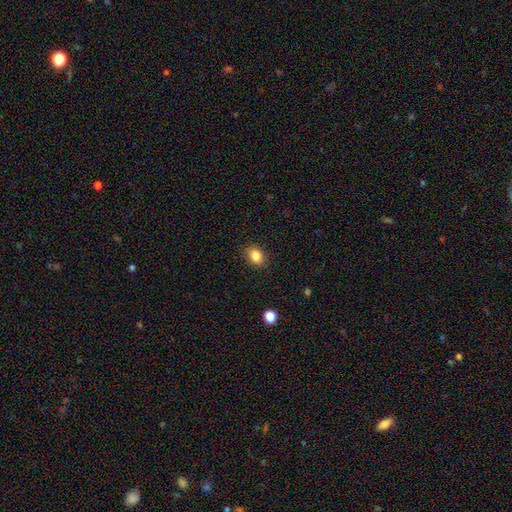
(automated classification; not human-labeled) Morphology: type=smooth (84%); roundness=in between (67%); merging=none (88%).